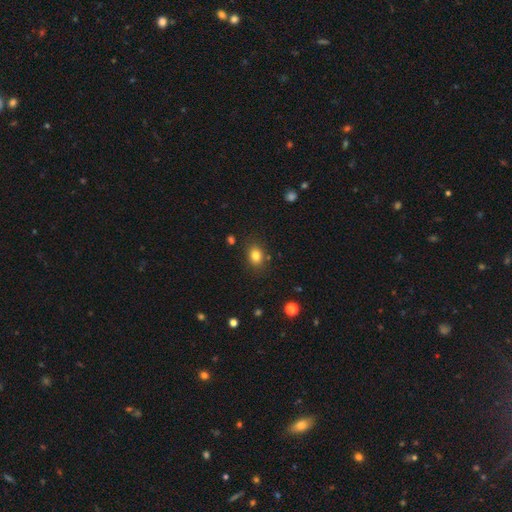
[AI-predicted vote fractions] Smooth or featured?
  - smooth: 81% *
  - star or artifact: 11%
  - featured or disk: 7%
How rounded?
  - in between: 59% *
  - round: 39%
  - cigar-shaped: 1%
Merging?
  - none: 82% *
  - minor disturbance: 12%
  - major disturbance: 3%
  - merger: 3%